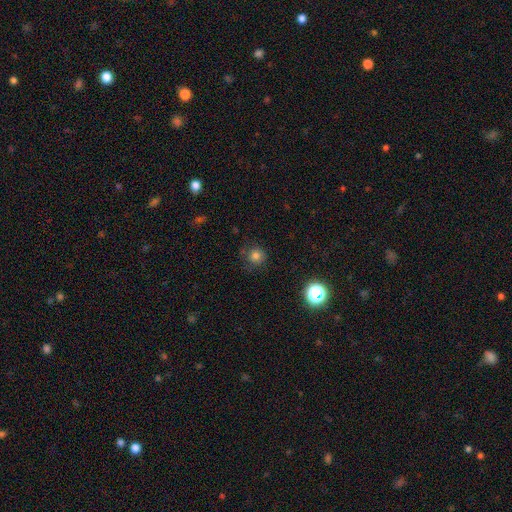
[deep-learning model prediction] smooth-or-featured: smooth: 76% | star or artifact: 17% | featured or disk: 7%
  how-rounded: round: 92% | in between: 7% | cigar-shaped: 1%
  merging: none: 77% | minor disturbance: 15% | major disturbance: 5% | merger: 2%